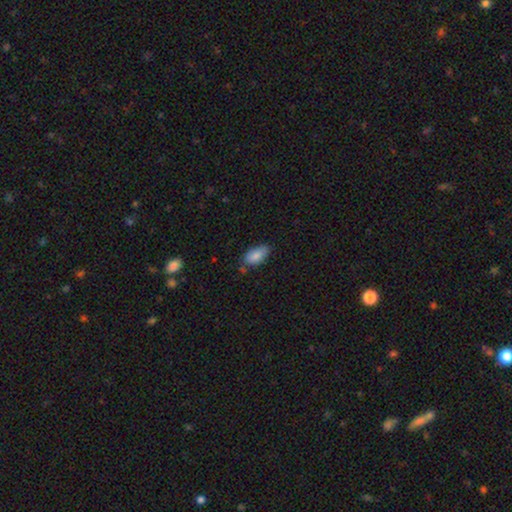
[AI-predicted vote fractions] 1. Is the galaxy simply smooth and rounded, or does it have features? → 85% smooth, 8% featured or disk, 7% star or artifact.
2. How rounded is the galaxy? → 92% in between, 5% cigar-shaped, 3% round.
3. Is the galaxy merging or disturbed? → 67% none, 24% minor disturbance, 4% merger, 4% major disturbance.